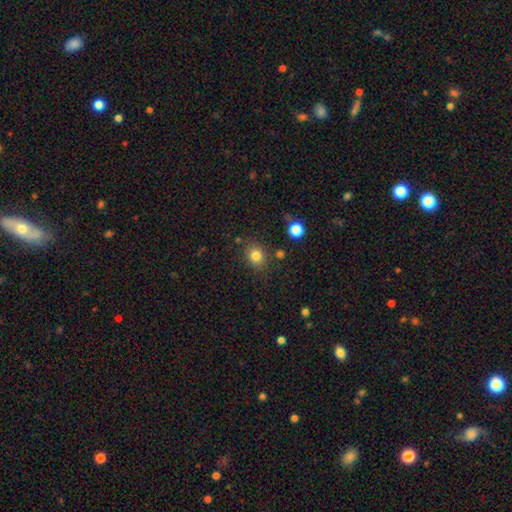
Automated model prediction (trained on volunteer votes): A smooth galaxy with no disk features (81%) that is round (68%).

Vote fractions:
- Smooth or featured? smooth: 81% / star or artifact: 13% / featured or disk: 7%
- How rounded? round: 68% / in between: 31% / cigar-shaped: 1%
- Merging? none: 80% / minor disturbance: 12% / merger: 5% / major disturbance: 4%